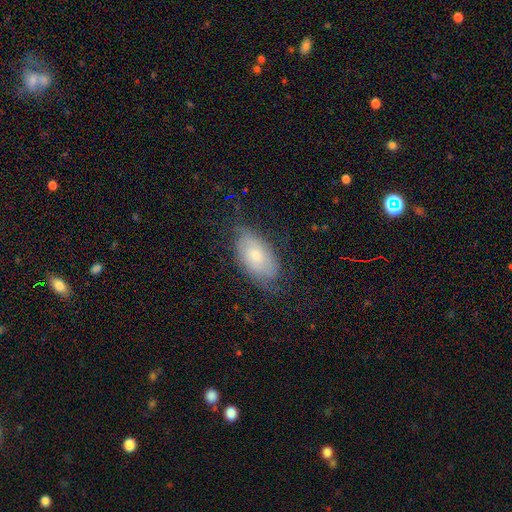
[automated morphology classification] smooth_or_featured: featured or disk (p=0.51) [alt: smooth p=0.40]
disk_edge_on: no (p=0.91) [alt: yes p=0.09]
merging: none (p=0.65) [alt: minor disturbance p=0.25]